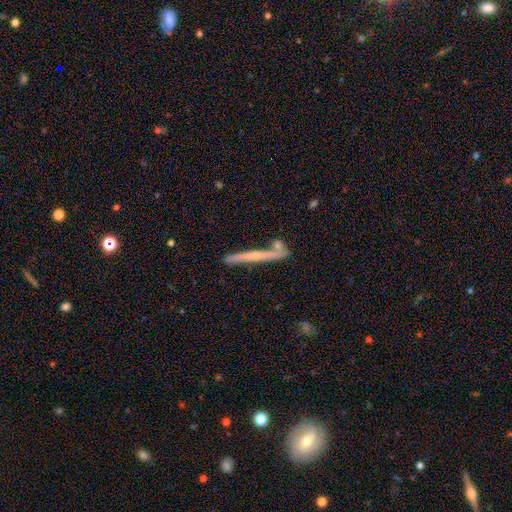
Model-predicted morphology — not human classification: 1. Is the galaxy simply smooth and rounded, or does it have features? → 61% featured or disk, 33% smooth, 6% star or artifact.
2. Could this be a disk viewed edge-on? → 95% yes, 5% no.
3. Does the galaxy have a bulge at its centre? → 48% rounded, 44% none, 8% boxy.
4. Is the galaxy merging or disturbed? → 75% none, 12% minor disturbance, 10% merger, 3% major disturbance.